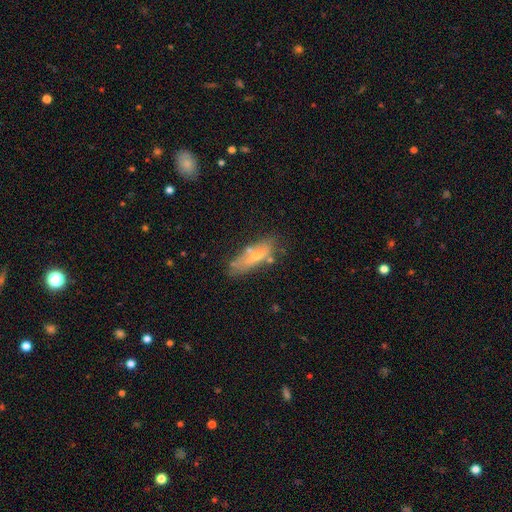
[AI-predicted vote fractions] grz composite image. It shows a smooth galaxy with no disk features (50%). Merging: none (60%).